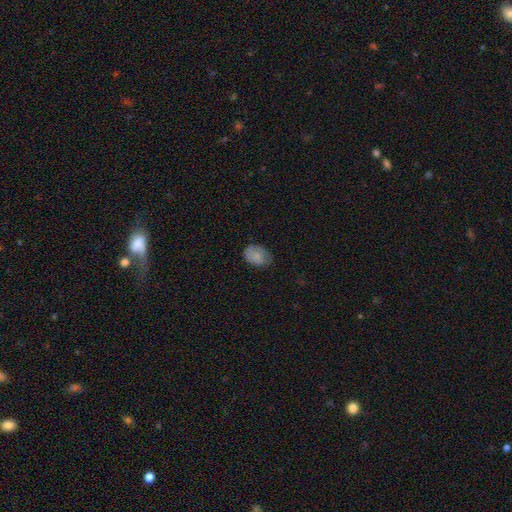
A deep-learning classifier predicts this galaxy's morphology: Smooth or featured? smooth (78%)
How rounded? in between (73%)
Merging? none (69%)